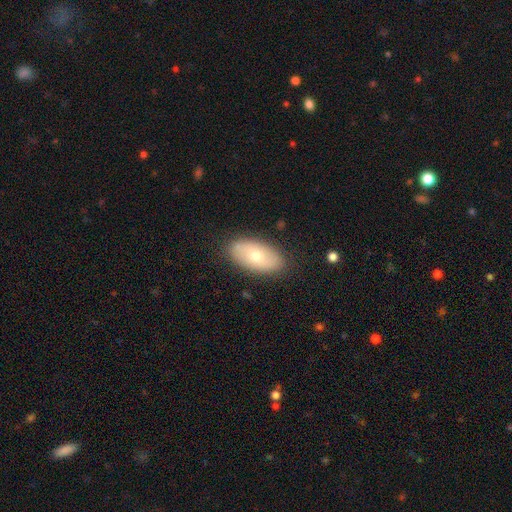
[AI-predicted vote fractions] smooth 63%, featured or disk 31%, star or artifact 6%. Down the decision tree: how rounded — in between (93%); merging — none (85%).